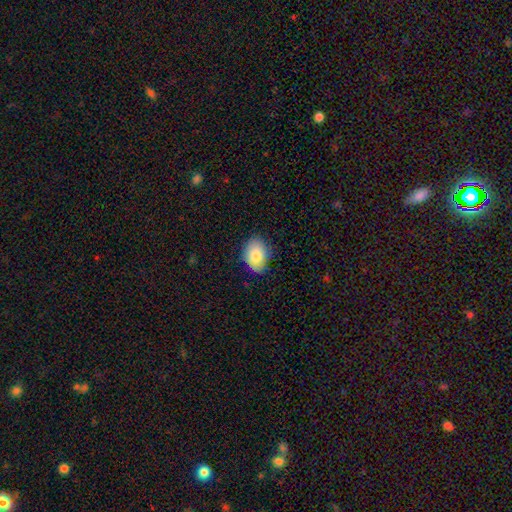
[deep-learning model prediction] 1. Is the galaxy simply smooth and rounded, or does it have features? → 81% smooth, 12% featured or disk, 7% star or artifact.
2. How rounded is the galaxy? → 79% in between, 20% round, 1% cigar-shaped.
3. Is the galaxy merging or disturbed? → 72% none, 23% minor disturbance, 4% major disturbance, 1% merger.